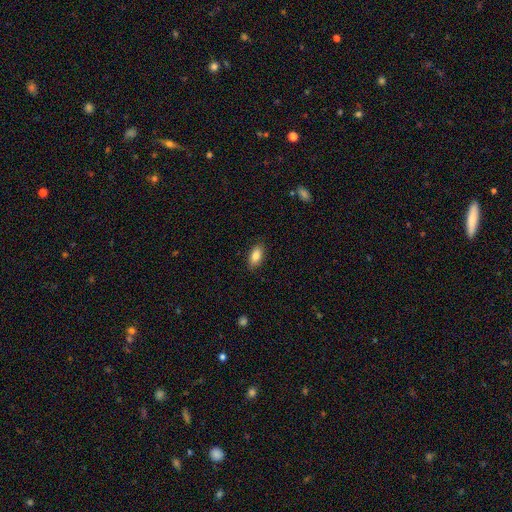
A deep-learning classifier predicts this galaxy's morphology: smooth_or_featured: smooth (p=0.84) [alt: featured or disk p=0.08]
how_rounded: in between (p=0.89) [alt: cigar-shaped p=0.07]
merging: none (p=0.87) [alt: minor disturbance p=0.10]